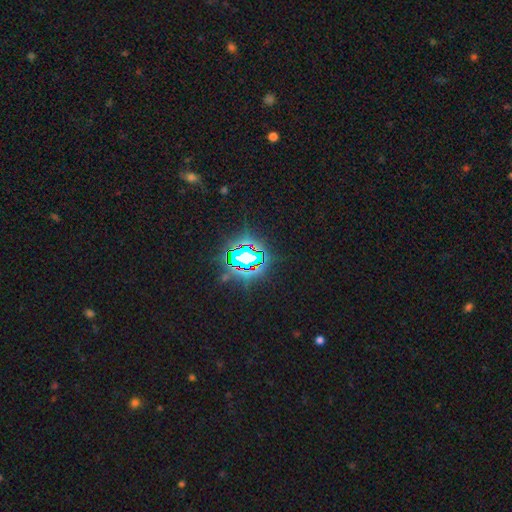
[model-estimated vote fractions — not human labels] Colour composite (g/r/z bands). It shows a star or artifact, not a galaxy (82%).